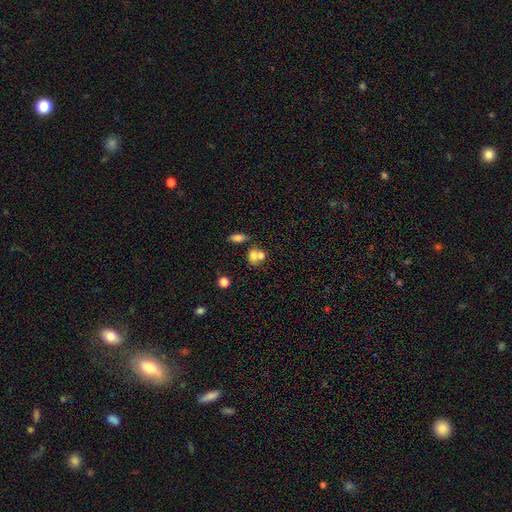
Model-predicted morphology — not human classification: The model was most divided on "how rounded": round: 57%, in between: 40%, cigar-shaped: 3%. More confident: smooth or featured — smooth (70%); merging — merger (55%).